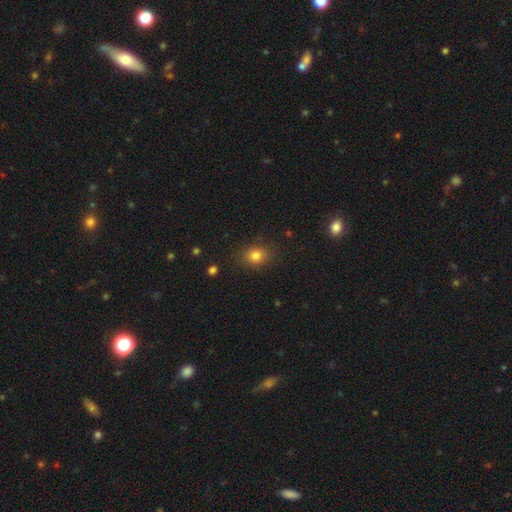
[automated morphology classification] smooth_or_featured: smooth (p=0.80) [alt: star or artifact p=0.13]
how_rounded: round (p=0.55) [alt: in between p=0.44]
merging: none (p=0.85) [alt: minor disturbance p=0.10]